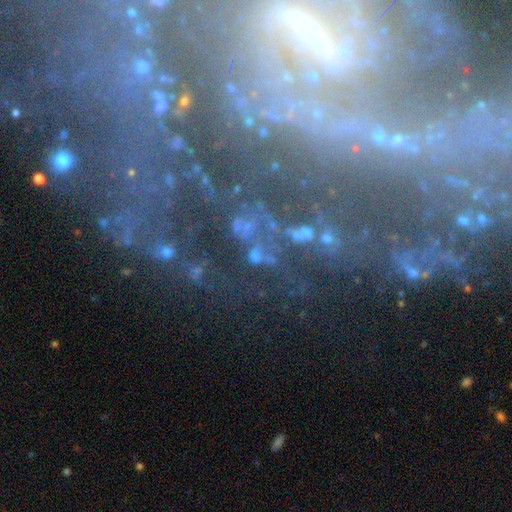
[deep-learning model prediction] This appears to be a star or artifact, not a galaxy (44%).